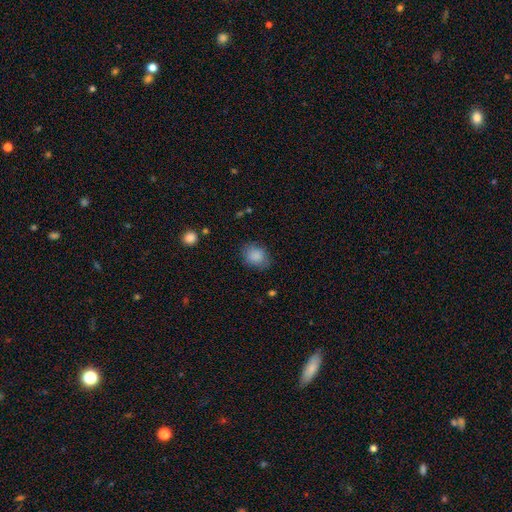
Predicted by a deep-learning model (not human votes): smooth 87%, star or artifact 8%, featured or disk 5%. Down the decision tree: how rounded — in between (51%); merging — none (75%).